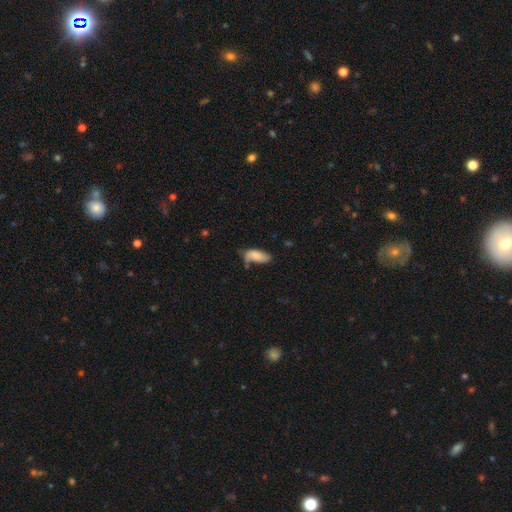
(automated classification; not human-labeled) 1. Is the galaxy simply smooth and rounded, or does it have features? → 82% smooth, 11% featured or disk, 7% star or artifact.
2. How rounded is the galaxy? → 87% in between, 11% cigar-shaped, 2% round.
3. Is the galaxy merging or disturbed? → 52% none, 32% minor disturbance, 9% major disturbance, 7% merger.